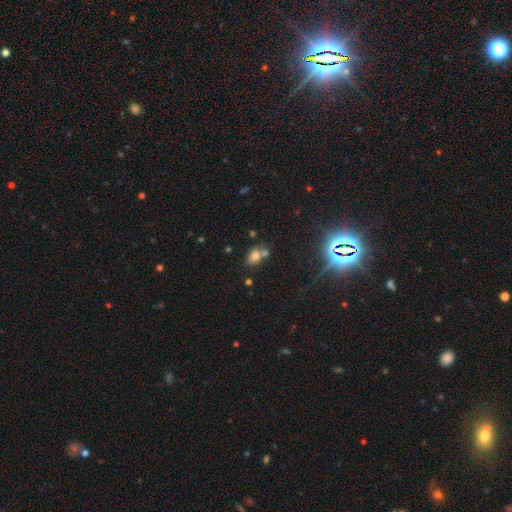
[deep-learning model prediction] A smooth galaxy with no disk features (69%) that is in between round and cigar-shaped (59%). Merging: none (50%).